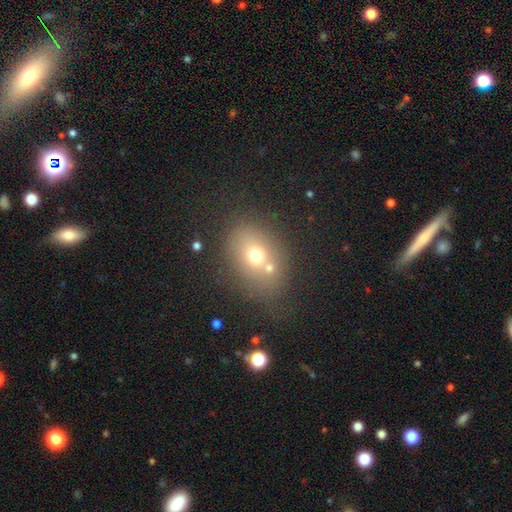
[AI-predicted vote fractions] Morphology: type=smooth (65%); roundness=in between (55%); merging=none (57%).